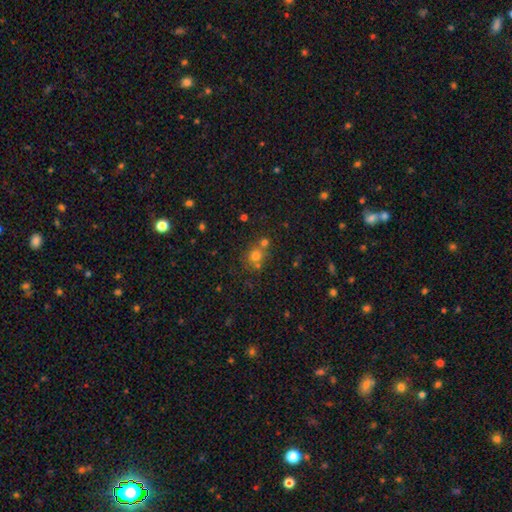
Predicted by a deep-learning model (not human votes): smooth_or_featured: smooth (p=0.69) [alt: star or artifact p=0.20]
how_rounded: round (p=0.84) [alt: in between p=0.15]
merging: none (p=0.54) [alt: merger p=0.34]